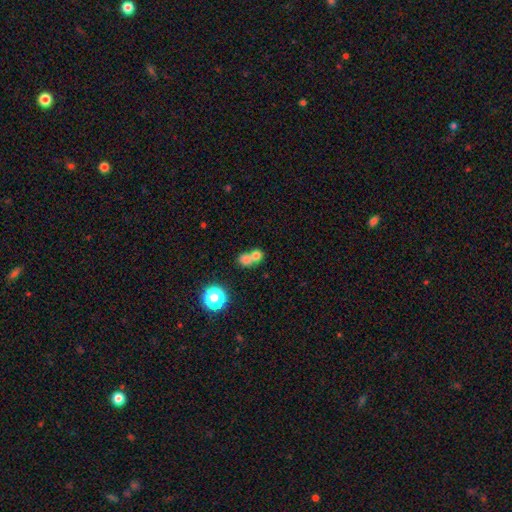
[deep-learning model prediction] Morphology: type=smooth (73%); roundness=round (73%); merging=merger (63%).